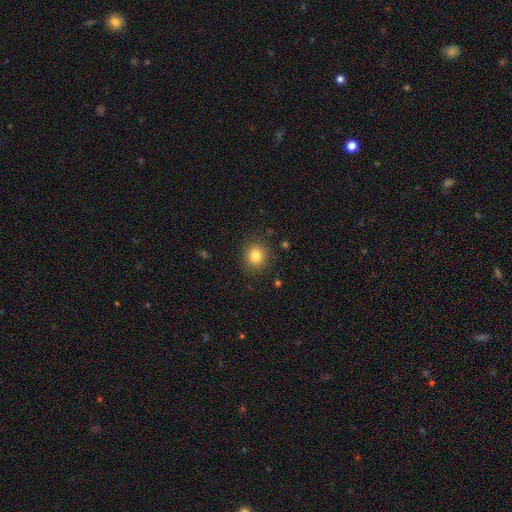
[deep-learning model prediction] This is clearly a smooth galaxy (82%). How rounded: clearly round (84%). Merging: clearly none (89%).